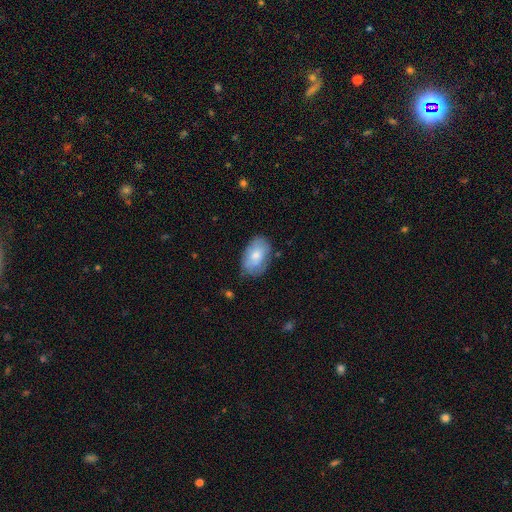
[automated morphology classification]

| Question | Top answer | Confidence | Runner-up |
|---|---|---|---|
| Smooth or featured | smooth | 71% | featured or disk (23%) |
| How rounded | in between | 89% | round (10%) |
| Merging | none | 73% | minor disturbance (20%) |